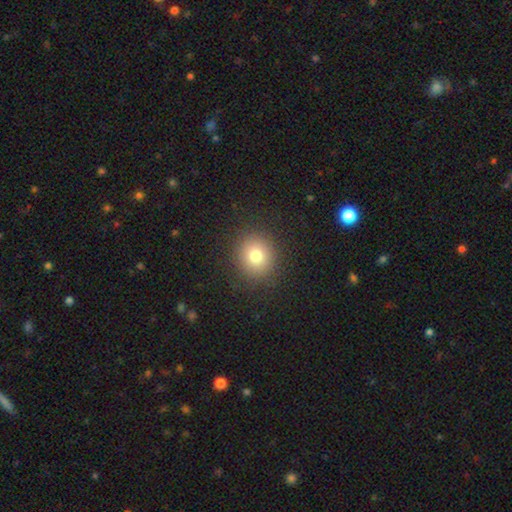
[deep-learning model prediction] smooth-or-featured: smooth: 78% | star or artifact: 14% | featured or disk: 9%
  how-rounded: round: 86% | in between: 13% | cigar-shaped: 1%
  merging: none: 89% | minor disturbance: 7% | major disturbance: 3% | merger: 1%